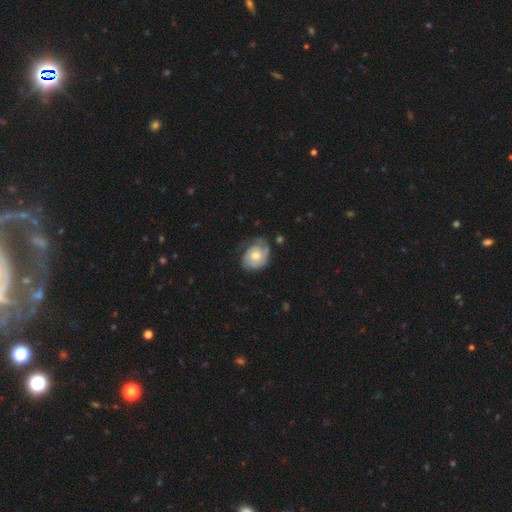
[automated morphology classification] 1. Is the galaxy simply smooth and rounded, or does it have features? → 60% featured or disk, 34% smooth, 6% star or artifact.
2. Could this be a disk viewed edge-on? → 97% no, 3% yes.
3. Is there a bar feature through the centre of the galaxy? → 78% no, 19% weak, 3% strong.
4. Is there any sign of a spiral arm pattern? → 83% yes, 17% no.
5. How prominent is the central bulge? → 69% moderate, 18% small, 10% large, 2% none, 1% dominant.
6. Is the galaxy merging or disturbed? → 56% none, 29% minor disturbance, 13% major disturbance, 2% merger.